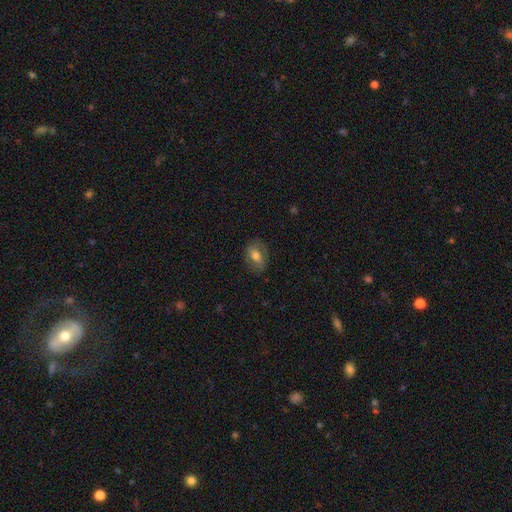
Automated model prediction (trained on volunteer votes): Smooth or featured? Predicted: smooth (p=0.63). How rounded? Predicted: in between (p=0.76). Merging? Predicted: none (p=0.78).